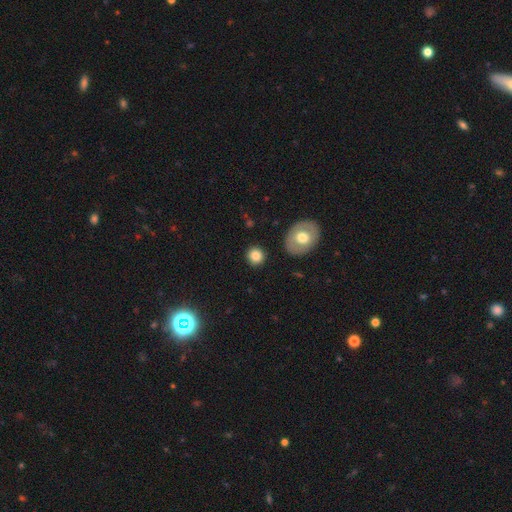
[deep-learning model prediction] smooth_or_featured: smooth (p=0.82) [alt: star or artifact p=0.09]
how_rounded: round (p=0.87) [alt: in between p=0.12]
merging: none (p=0.89) [alt: minor disturbance p=0.07]